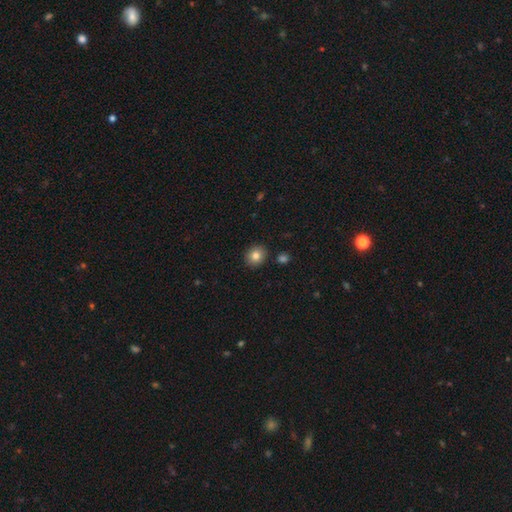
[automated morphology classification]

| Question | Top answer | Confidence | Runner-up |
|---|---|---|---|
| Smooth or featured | smooth | 82% | star or artifact (10%) |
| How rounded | round | 75% | in between (24%) |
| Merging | none | 89% | minor disturbance (7%) |